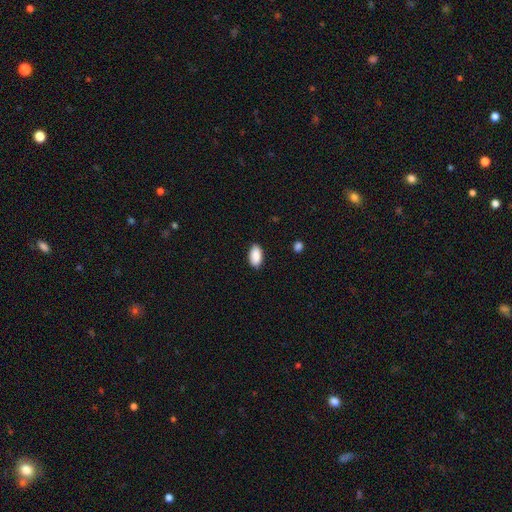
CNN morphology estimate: Overall: smooth (90%). How rounded: in between (95%). Merging: none (87%).